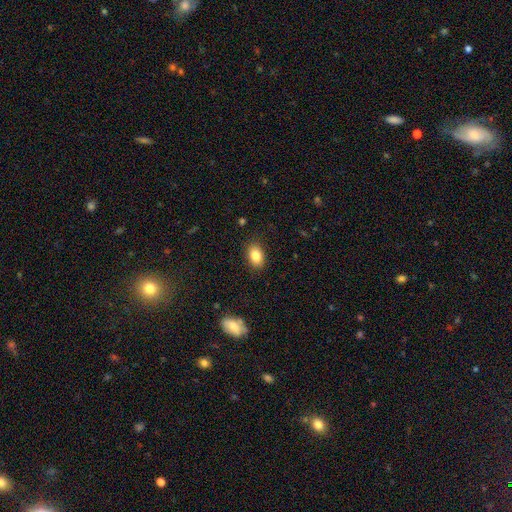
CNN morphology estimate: smooth-or-featured: smooth: 84% | star or artifact: 8% | featured or disk: 8%
  how-rounded: in between: 84% | round: 15% | cigar-shaped: 1%
  merging: none: 87% | minor disturbance: 10% | major disturbance: 2% | merger: 1%